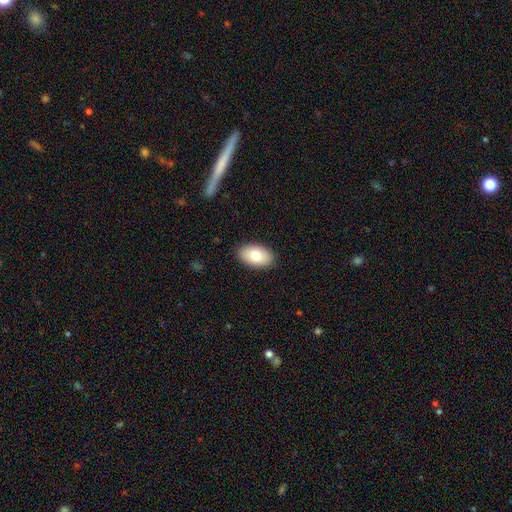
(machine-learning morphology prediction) smooth_or_featured: smooth (p=0.78) [alt: featured or disk p=0.15]
how_rounded: in between (p=0.92) [alt: round p=0.06]
merging: none (p=0.89) [alt: minor disturbance p=0.08]